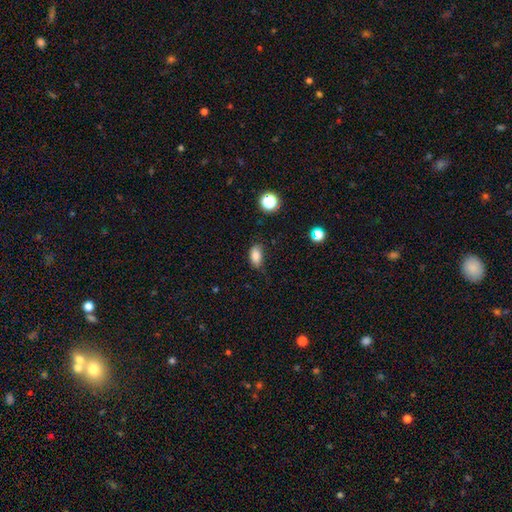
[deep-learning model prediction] This appears to be a smooth galaxy with no disk features (84%) that is in between round and cigar-shaped (89%). Merging: none (62%).